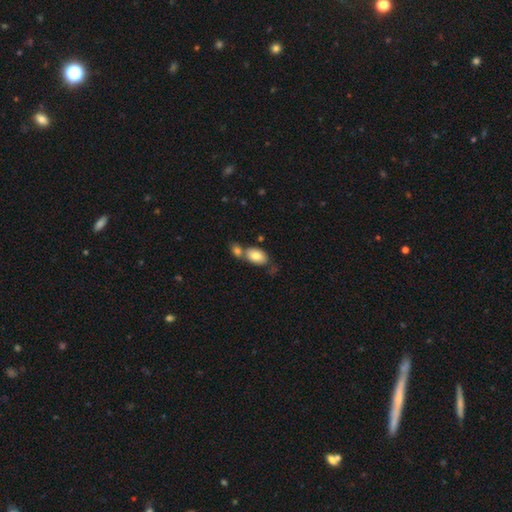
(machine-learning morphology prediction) Smooth or featured: smooth — 81% (featured or disk — 12%)
How rounded: in between — 90% (round — 8%)
Merging: none — 44% (merger — 41%)